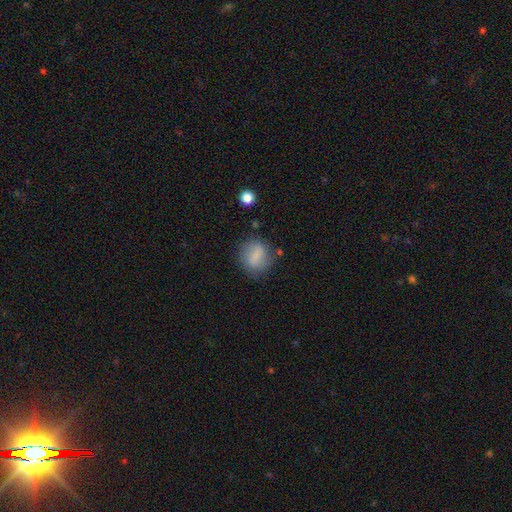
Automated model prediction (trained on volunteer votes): Smooth or featured? Predicted: smooth (p=0.69). How rounded? Predicted: round (p=0.63). Merging? Predicted: none (p=0.70).